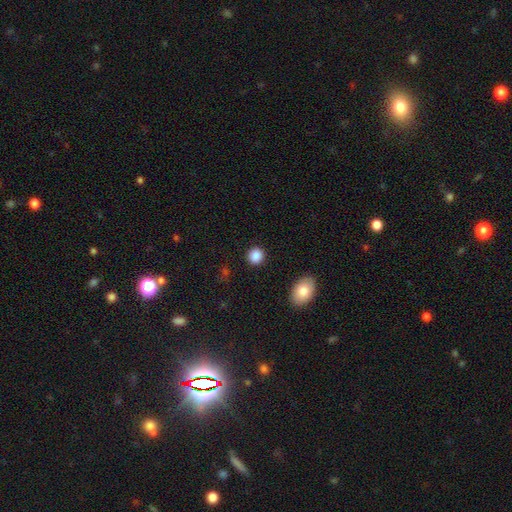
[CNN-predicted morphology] smooth-or-featured: smooth: 88% | star or artifact: 9% | featured or disk: 3%
  how-rounded: round: 86% | in between: 13% | cigar-shaped: 1%
  merging: none: 90% | minor disturbance: 6% | major disturbance: 2% | merger: 2%